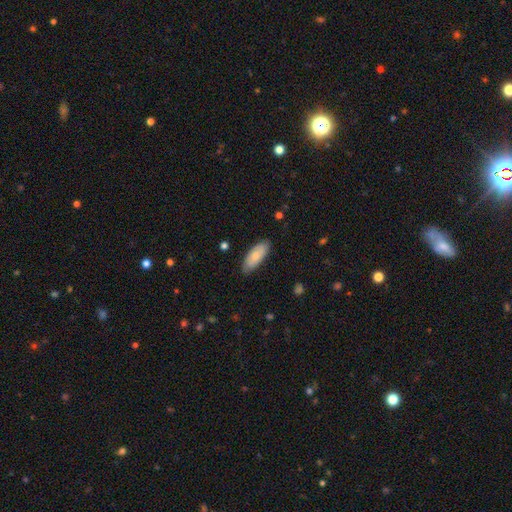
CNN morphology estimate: Smooth or featured? smooth (78%)
How rounded? in between (78%)
Merging? none (85%)